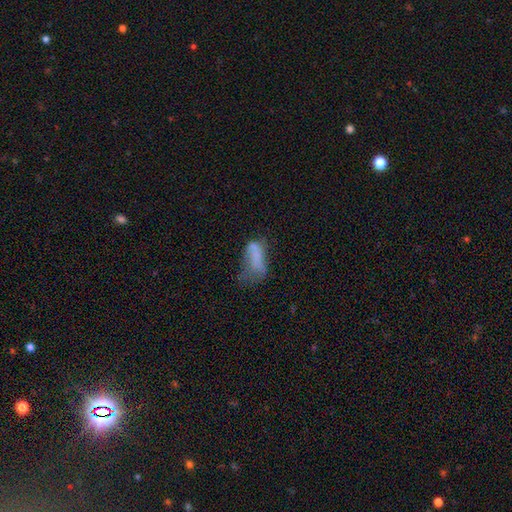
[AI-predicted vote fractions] Q: Smooth or featured?
A: smooth (57%); runner-up: featured or disk (30%)
Q: How rounded?
A: in between (84%); runner-up: cigar-shaped (12%)
Q: Merging?
A: major disturbance (43%); runner-up: minor disturbance (25%)